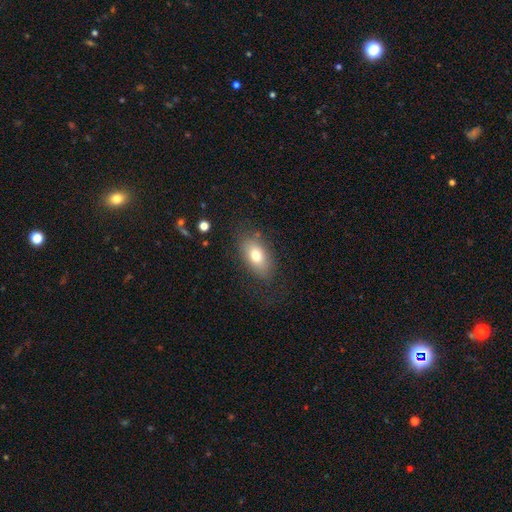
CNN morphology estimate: A smooth galaxy with no disk features (75%) that is in between round and cigar-shaped (88%). Merging: none (77%).